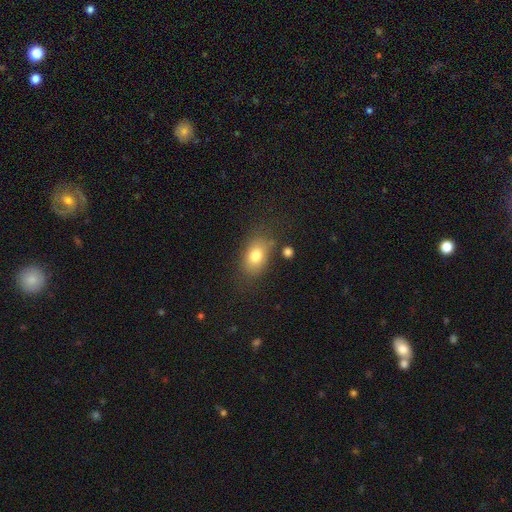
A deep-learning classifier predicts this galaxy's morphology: This appears to be a smooth galaxy with no disk features (78%) that is in between round and cigar-shaped (81%). Merging: none (73%).